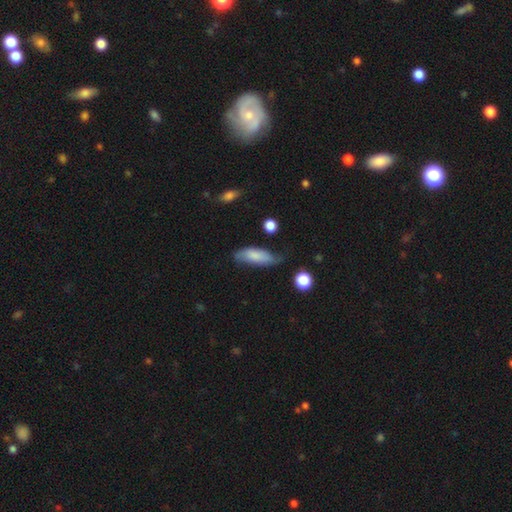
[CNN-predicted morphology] smooth_or_featured: smooth (p=0.76) [alt: featured or disk p=0.17]
how_rounded: in between (p=0.65) [alt: cigar-shaped p=0.33]
merging: none (p=0.56) [alt: minor disturbance p=0.33]